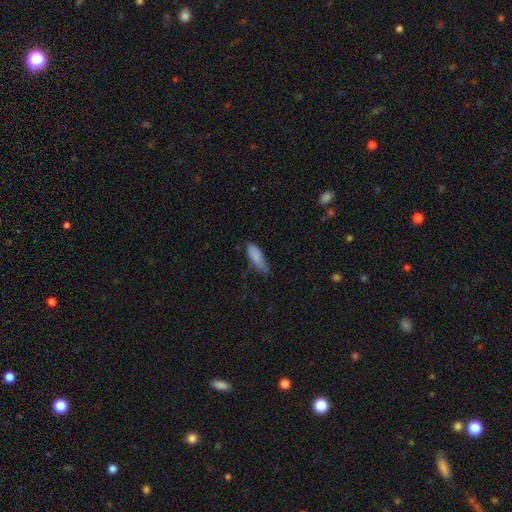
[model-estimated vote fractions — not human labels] The model was most divided on "merging": none: 46%, minor disturbance: 39%, major disturbance: 12%, merger: 3%. More confident: smooth or featured — smooth (83%); how rounded — in between (56%).